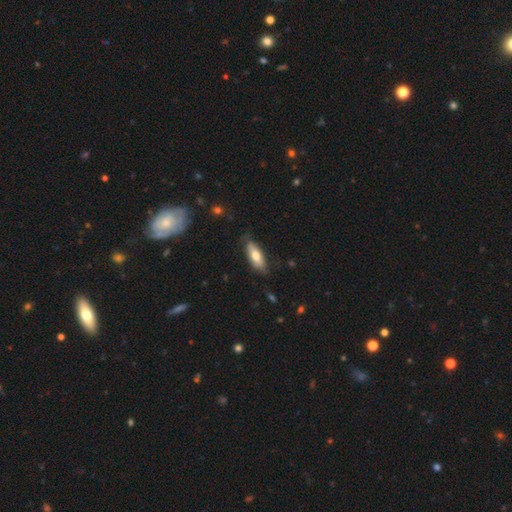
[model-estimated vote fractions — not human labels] A smooth galaxy with no disk features (68%) that is in between round and cigar-shaped (63%).

Vote fractions:
- Smooth or featured? smooth: 68% / featured or disk: 27% / star or artifact: 6%
- How rounded? in between: 63% / cigar-shaped: 35% / round: 2%
- Merging? none: 76% / minor disturbance: 19% / major disturbance: 4% / merger: 1%